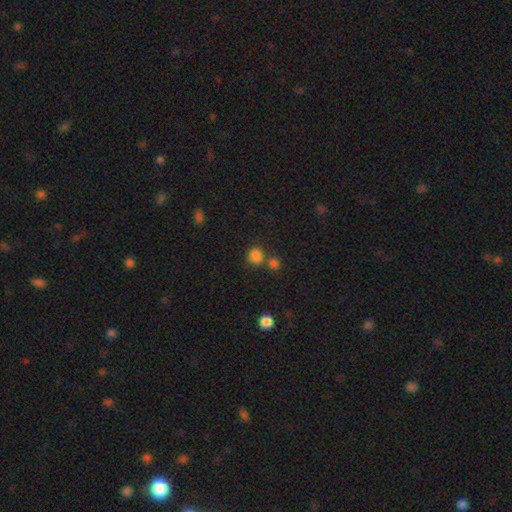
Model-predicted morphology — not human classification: smooth 81%, star or artifact 15%, featured or disk 4%. Down the decision tree: how rounded — round (73%); merging — none (62%).